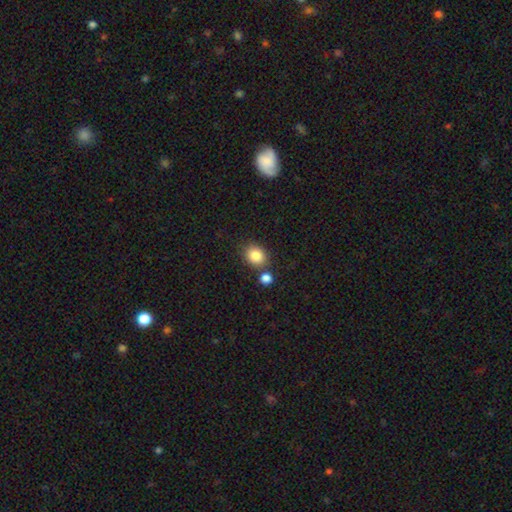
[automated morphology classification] A smooth galaxy with no disk features (85%) that is round (64%). Merging: none (72%).